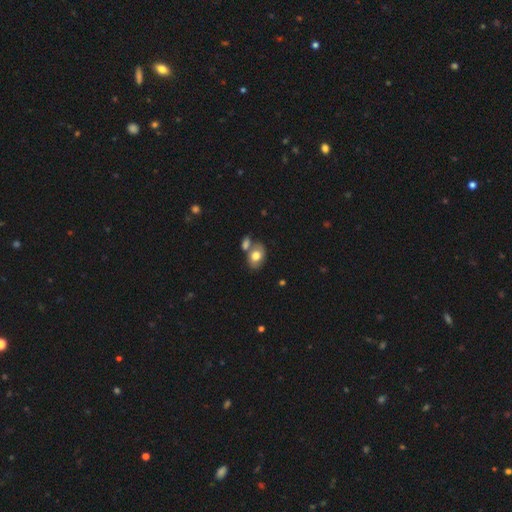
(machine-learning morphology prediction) smooth 73%, featured or disk 19%, star or artifact 8%. Down the decision tree: how rounded — in between (79%); merging — none (51%).